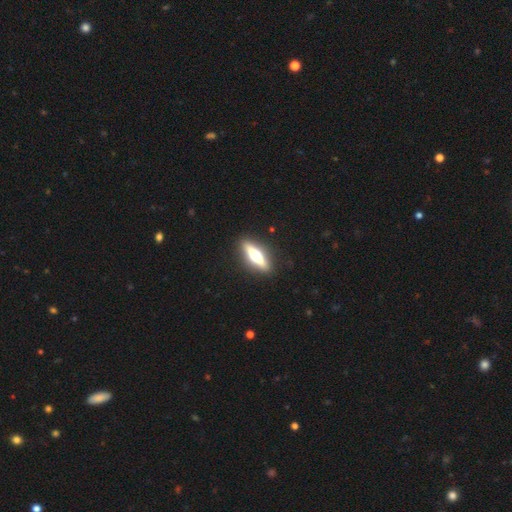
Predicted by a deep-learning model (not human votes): Q: Smooth or featured?
A: featured or disk (59%); runner-up: smooth (35%)
Q: Edge-on disk?
A: yes (93%); runner-up: no (7%)
Q: Edge-on bulge?
A: rounded (93%); runner-up: boxy (4%)
Q: Merging?
A: none (90%); runner-up: minor disturbance (7%)